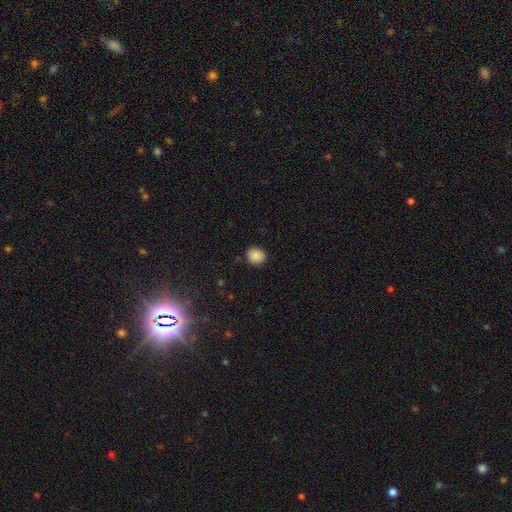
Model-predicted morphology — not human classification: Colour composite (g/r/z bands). It shows a smooth galaxy with no disk features (88%) that is round (79%). Merging: none (88%).